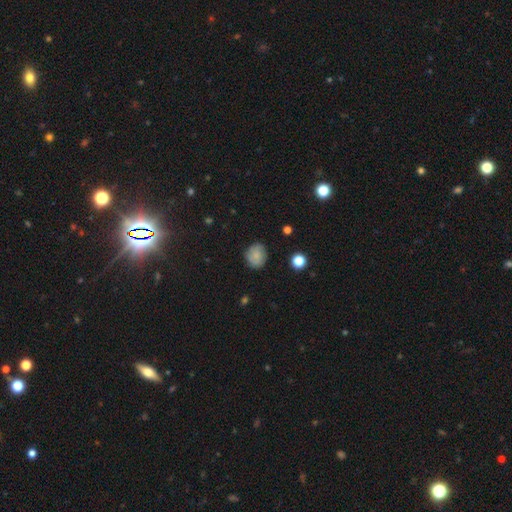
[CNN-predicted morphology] Smooth or featured? Predicted: smooth (p=0.76). How rounded? Predicted: round (p=0.70). Merging? Predicted: none (p=0.79).